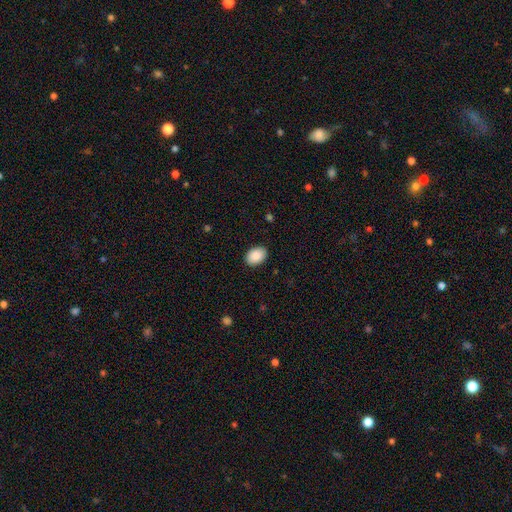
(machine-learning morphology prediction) smooth_or_featured: smooth (p=0.90) [alt: star or artifact p=0.07]
how_rounded: in between (p=0.82) [alt: round p=0.17]
merging: none (p=0.89) [alt: minor disturbance p=0.08]